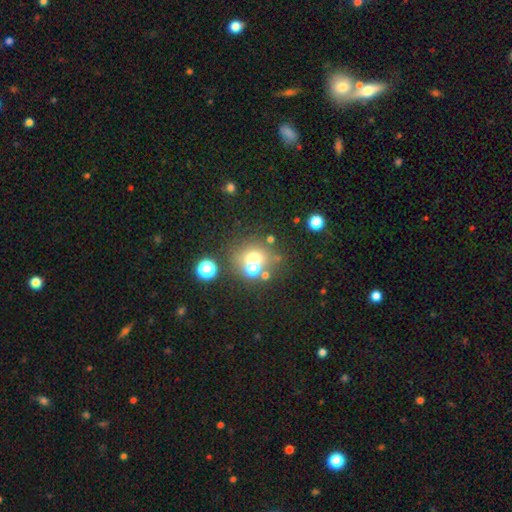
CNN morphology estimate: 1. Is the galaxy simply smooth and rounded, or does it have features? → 51% smooth, 28% star or artifact, 20% featured or disk.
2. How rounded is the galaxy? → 78% round, 21% in between, 1% cigar-shaped.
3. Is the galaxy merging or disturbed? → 53% none, 34% merger, 9% minor disturbance, 5% major disturbance.